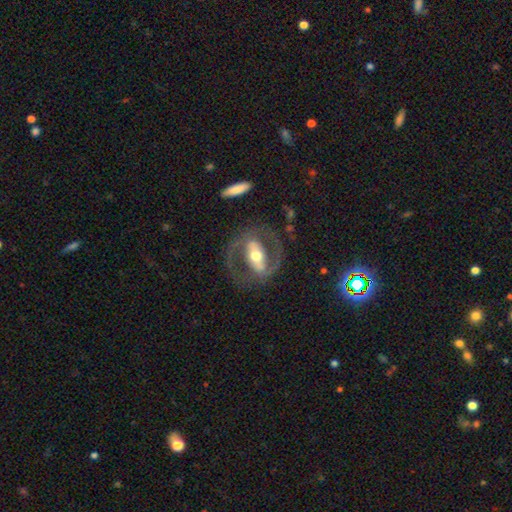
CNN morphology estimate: Smooth or featured: featured or disk — 83% (smooth — 12%)
Edge-on disk: no — 94% (yes — 6%)
Bar: strong — 59% (weak — 25%)
Spiral arms: yes — 82% (no — 18%)
Spiral winding: medium — 54% (tight — 26%)
Spiral arm count: 2 — 88% (can't tell — 5%)
Bulge size: moderate — 69% (large — 15%)
Merging: none — 75% (minor disturbance — 12%)